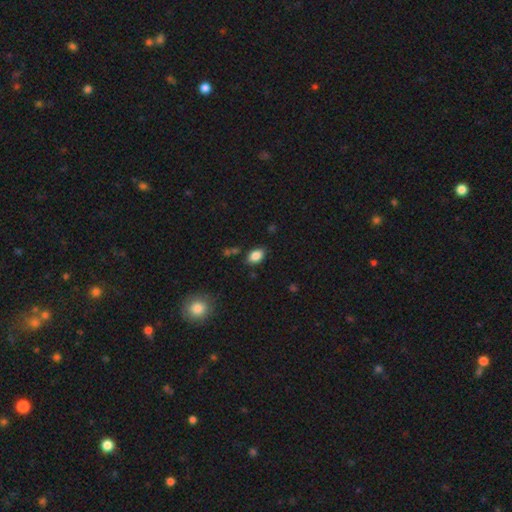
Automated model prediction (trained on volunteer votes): A smooth galaxy with no disk features (85%) that is in between round and cigar-shaped (84%).

Vote fractions:
- Smooth or featured? smooth: 85% / star or artifact: 9% / featured or disk: 5%
- How rounded? in between: 84% / round: 14% / cigar-shaped: 1%
- Merging? none: 82% / minor disturbance: 12% / major disturbance: 3% / merger: 3%